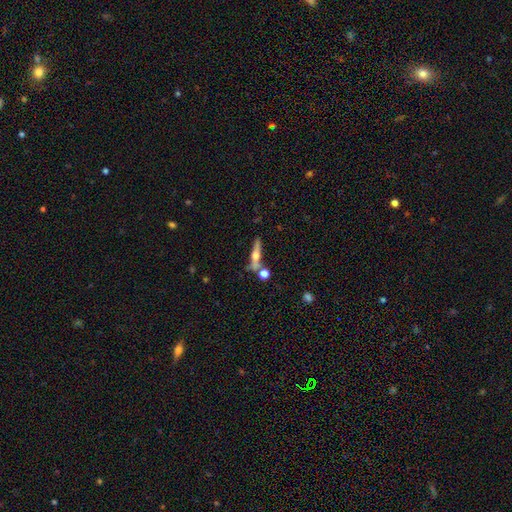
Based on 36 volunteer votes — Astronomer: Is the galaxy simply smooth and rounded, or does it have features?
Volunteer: featured or disk — 72%.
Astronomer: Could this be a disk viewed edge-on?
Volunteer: yes — 100%.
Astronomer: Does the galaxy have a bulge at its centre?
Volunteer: rounded — 96%.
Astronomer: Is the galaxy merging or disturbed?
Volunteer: none — 63%.